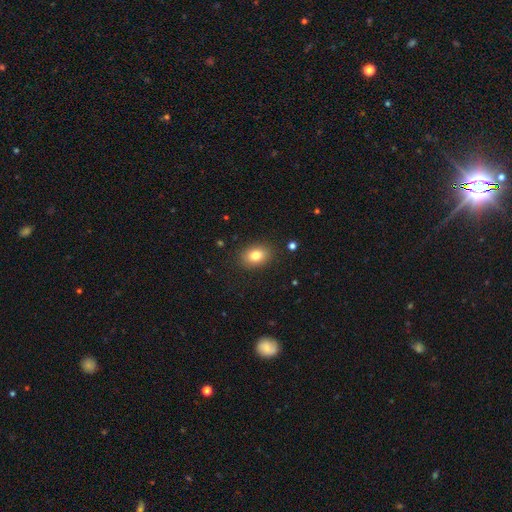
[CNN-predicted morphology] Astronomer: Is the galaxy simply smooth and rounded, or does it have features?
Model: smooth — 81%.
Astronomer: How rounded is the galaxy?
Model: in between — 71%.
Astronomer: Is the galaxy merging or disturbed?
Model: none — 87%.